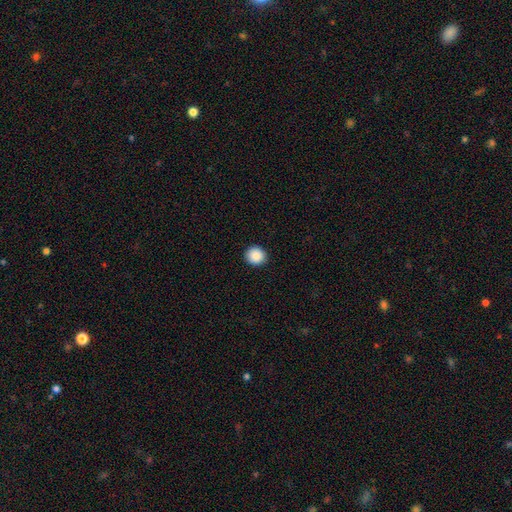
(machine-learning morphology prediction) This appears to be a smooth galaxy with no disk features (89%) that is round (91%). Merging: none (92%).